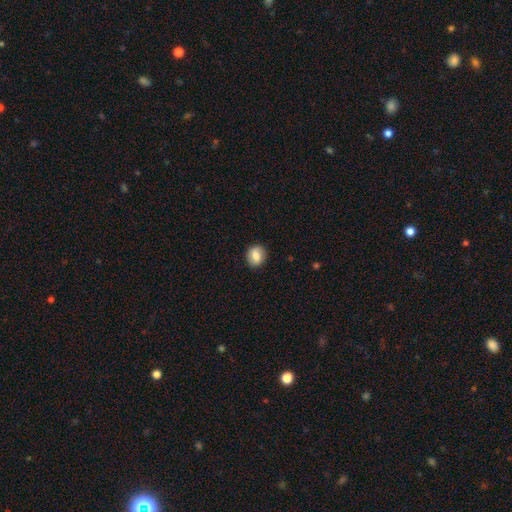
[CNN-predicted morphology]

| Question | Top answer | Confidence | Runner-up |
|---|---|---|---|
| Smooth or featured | smooth | 78% | featured or disk (14%) |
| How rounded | round | 70% | in between (29%) |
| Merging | none | 88% | minor disturbance (9%) |